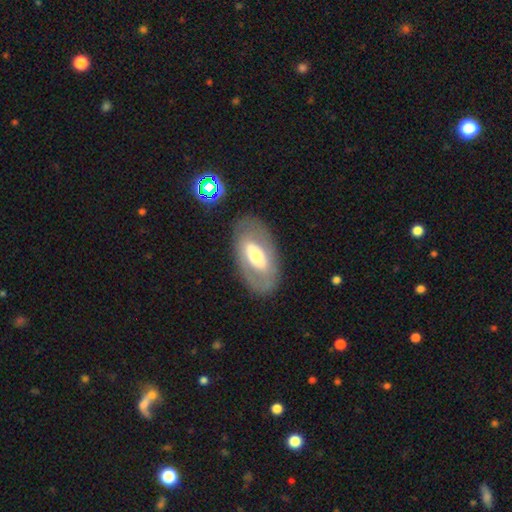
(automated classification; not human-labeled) Smooth or featured?
  - featured or disk: 52% *
  - smooth: 42%
  - star or artifact: 7%
Edge-on disk?
  - no: 88% *
  - yes: 12%
Merging?
  - none: 82% *
  - minor disturbance: 11%
  - major disturbance: 5%
  - merger: 2%